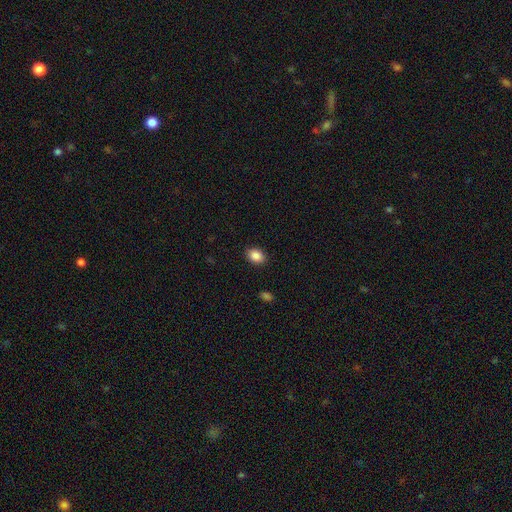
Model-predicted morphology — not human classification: smooth-or-featured: smooth: 88% | star or artifact: 8% | featured or disk: 4%
  how-rounded: in between: 73% | round: 26% | cigar-shaped: 1%
  merging: none: 90% | minor disturbance: 7% | major disturbance: 2% | merger: 1%